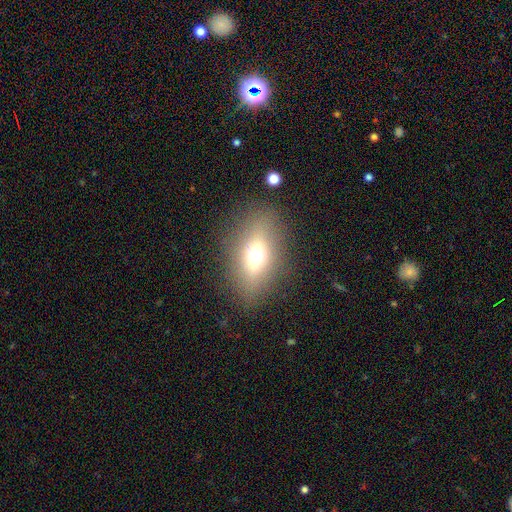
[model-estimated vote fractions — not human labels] Smooth or featured: smooth — 59% (featured or disk — 27%)
How rounded: in between — 75% (round — 17%)
Merging: none — 82% (minor disturbance — 11%)